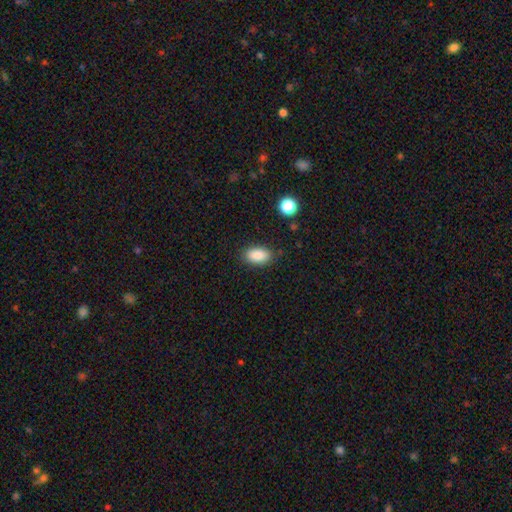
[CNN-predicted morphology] smooth 88%, star or artifact 8%, featured or disk 4%. Down the decision tree: how rounded — in between (92%); merging — none (86%).